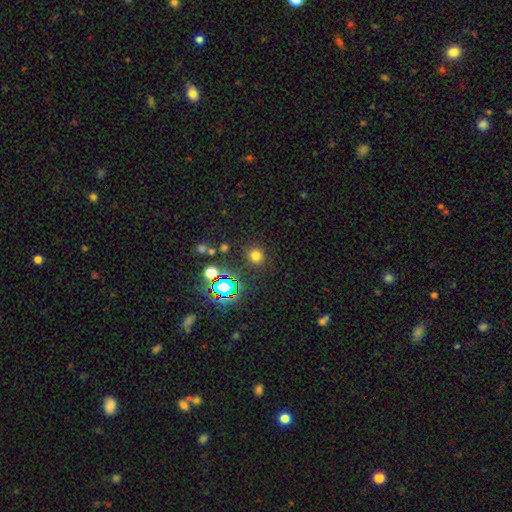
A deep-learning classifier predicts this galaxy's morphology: Smooth or featured: smooth — 70% (star or artifact — 24%)
How rounded: round — 88% (in between — 11%)
Merging: none — 87% (minor disturbance — 7%)